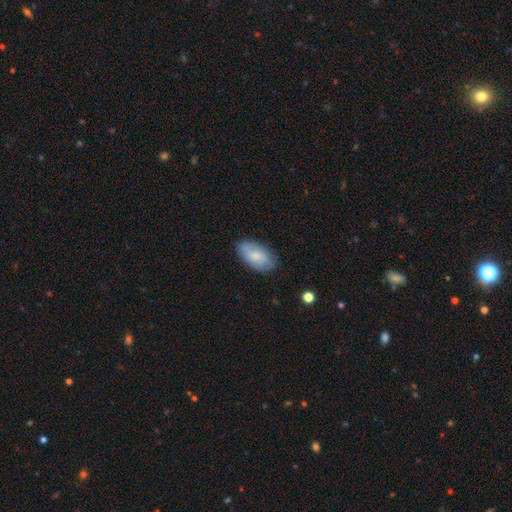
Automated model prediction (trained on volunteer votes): The model was most divided on "smooth or featured": smooth: 74%, featured or disk: 20%, star or artifact: 6%. More confident: how rounded — in between (94%); merging — none (78%).